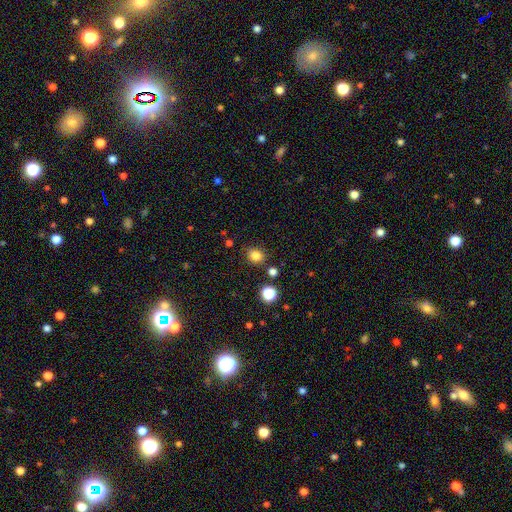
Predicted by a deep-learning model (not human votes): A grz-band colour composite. It shows a smooth galaxy with no disk features (81%) that is round (68%). Merging: none (83%).